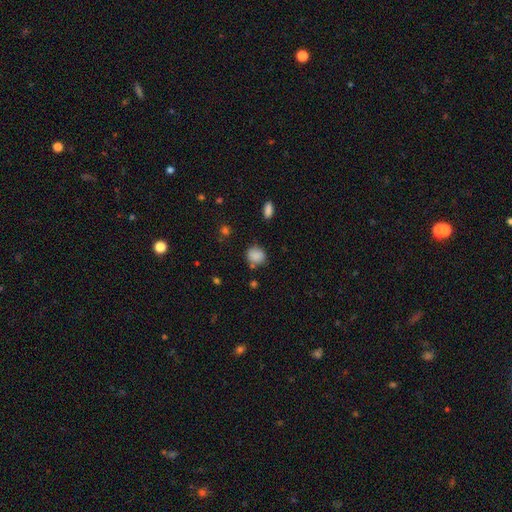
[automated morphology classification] This is clearly a smooth galaxy (84%). How rounded: likely round (71%). Merging: likely none (70%).